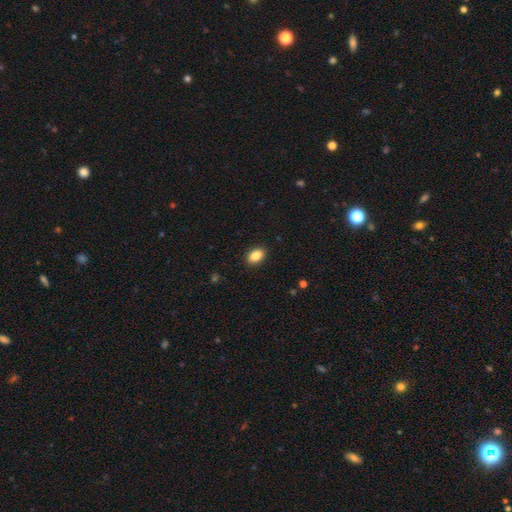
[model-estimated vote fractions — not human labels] Smooth or featured? smooth (88%)
How rounded? in between (87%)
Merging? none (89%)